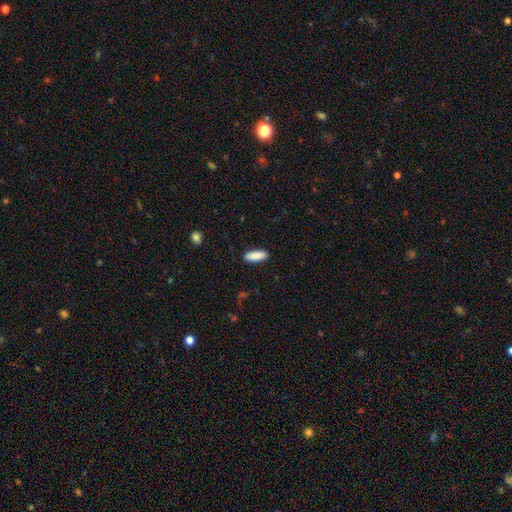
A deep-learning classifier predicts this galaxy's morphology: Smooth or featured? Predicted: smooth (p=0.89). How rounded? Predicted: in between (p=0.62). Merging? Predicted: none (p=0.89).